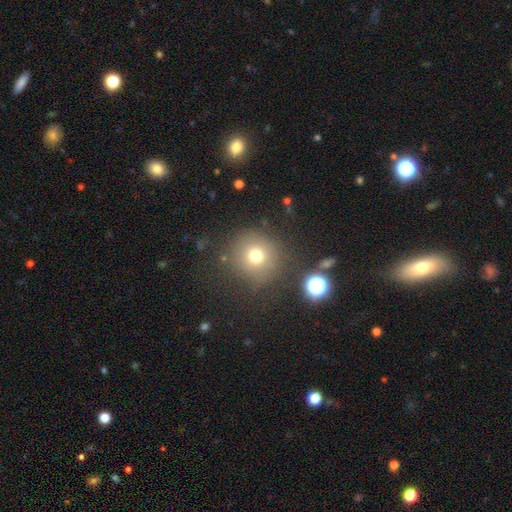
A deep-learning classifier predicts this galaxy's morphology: A smooth galaxy with no disk features (74%) that is round (93%).

Vote fractions:
- Smooth or featured? smooth: 74% / star or artifact: 17% / featured or disk: 10%
- How rounded? round: 93% / in between: 6% / cigar-shaped: 1%
- Merging? none: 81% / minor disturbance: 10% / major disturbance: 5% / merger: 4%